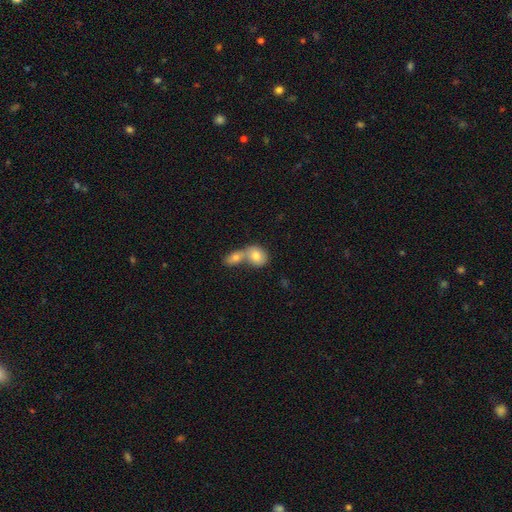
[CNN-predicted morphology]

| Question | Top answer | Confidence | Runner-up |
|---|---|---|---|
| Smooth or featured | smooth | 77% | featured or disk (15%) |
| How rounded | in between | 53% | round (46%) |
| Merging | merger | 70% | none (21%) |